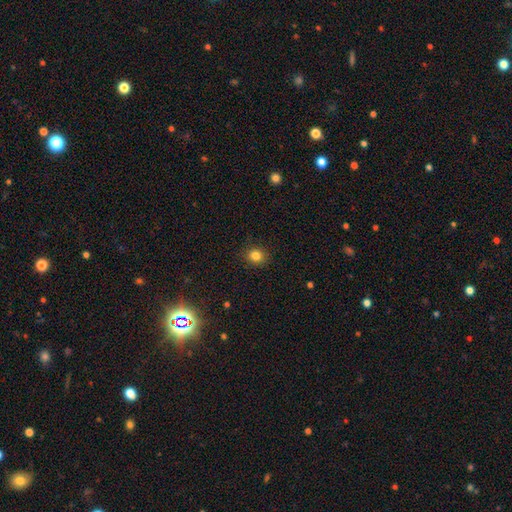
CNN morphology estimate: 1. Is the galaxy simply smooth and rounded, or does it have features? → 82% smooth, 13% star or artifact, 5% featured or disk.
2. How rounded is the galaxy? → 77% round, 22% in between, 1% cigar-shaped.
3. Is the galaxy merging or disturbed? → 89% none, 8% minor disturbance, 2% major disturbance, 1% merger.